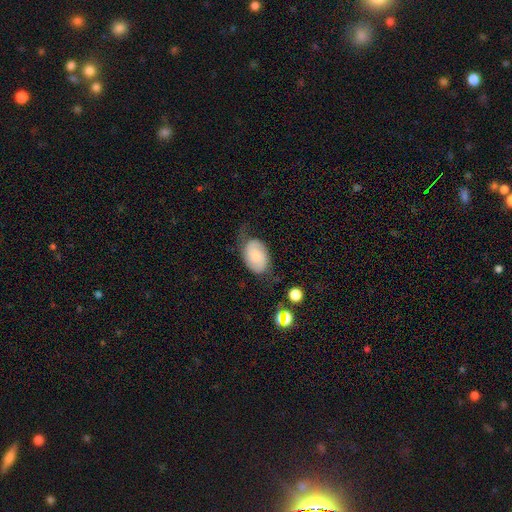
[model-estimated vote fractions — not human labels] A smooth galaxy with no disk features (54%) that is in between round and cigar-shaped (88%). Merging: none (49%).